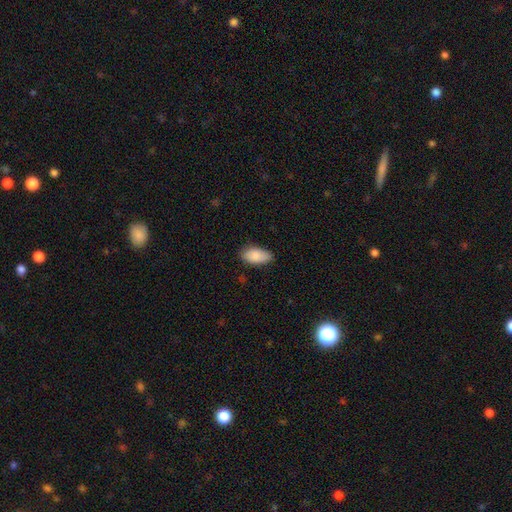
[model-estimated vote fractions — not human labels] smooth_or_featured: smooth (p=0.87) [alt: star or artifact p=0.06]
how_rounded: in between (p=0.93) [alt: cigar-shaped p=0.04]
merging: none (p=0.78) [alt: minor disturbance p=0.18]